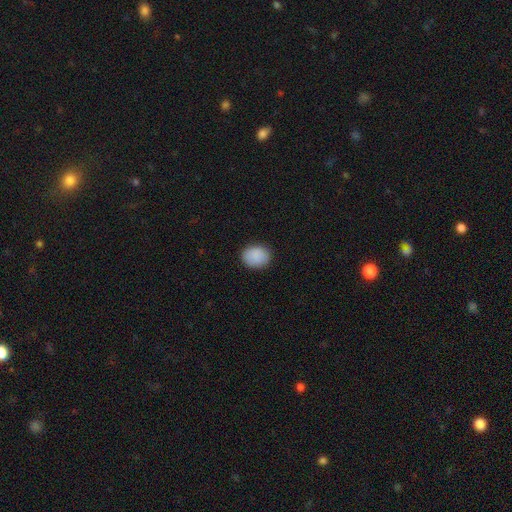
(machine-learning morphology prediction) smooth-or-featured: smooth: 89% | star or artifact: 7% | featured or disk: 4%
  how-rounded: round: 50% | in between: 49% | cigar-shaped: 1%
  merging: none: 87% | minor disturbance: 10% | major disturbance: 2% | merger: 1%